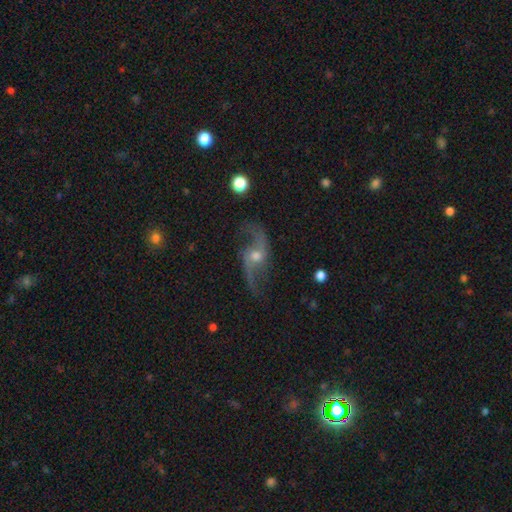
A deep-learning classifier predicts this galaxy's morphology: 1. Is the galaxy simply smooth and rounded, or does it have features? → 87% featured or disk, 8% star or artifact, 6% smooth.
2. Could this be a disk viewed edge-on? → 95% no, 5% yes.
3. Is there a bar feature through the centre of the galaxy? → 61% no, 30% weak, 9% strong.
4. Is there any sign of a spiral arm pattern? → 96% yes, 4% no.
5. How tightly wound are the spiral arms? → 84% loose, 12% medium, 3% tight.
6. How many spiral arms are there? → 93% 2, 2% can't tell, 2% 1, 1% 3, 1% 4, 1% more than 4.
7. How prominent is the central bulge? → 47% small (tied), 47% moderate (tied), 3% large, 2% none, 1% dominant.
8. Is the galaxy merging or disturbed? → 77% none, 14% minor disturbance, 8% major disturbance, 2% merger.